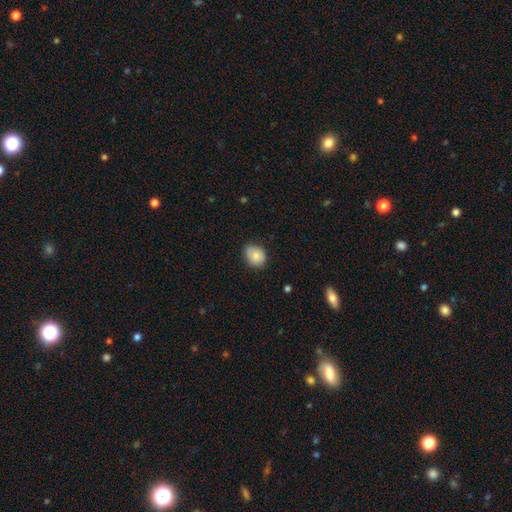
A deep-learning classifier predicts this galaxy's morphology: smooth-or-featured: smooth: 81% | featured or disk: 12% | star or artifact: 8%
  how-rounded: in between: 52% | round: 47% | cigar-shaped: 1%
  merging: none: 72% | minor disturbance: 23% | major disturbance: 4% | merger: 1%